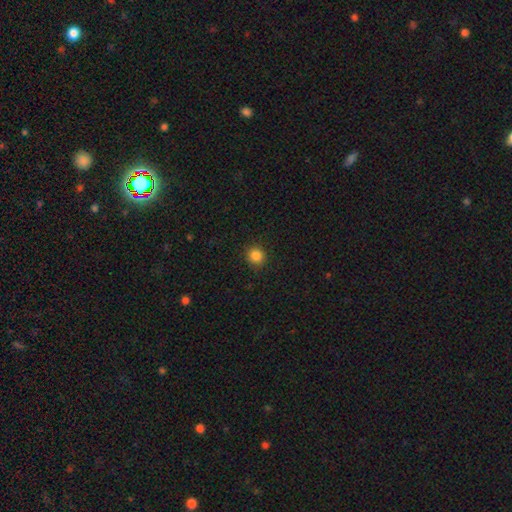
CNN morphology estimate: smooth 85%, star or artifact 11%, featured or disk 3%. Down the decision tree: how rounded — round (93%); merging — none (91%).